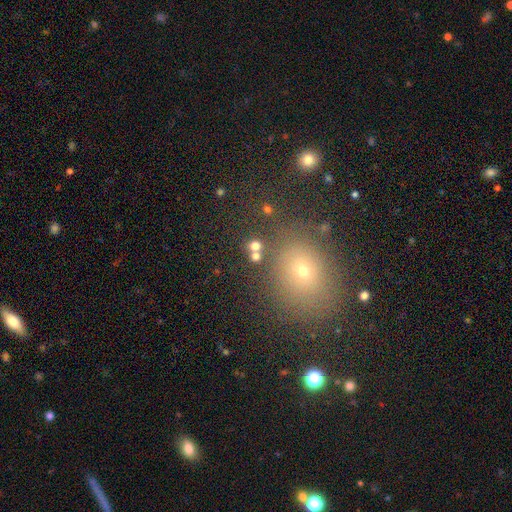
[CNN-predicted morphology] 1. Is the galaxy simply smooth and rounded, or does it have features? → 71% smooth, 20% star or artifact, 9% featured or disk.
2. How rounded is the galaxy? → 83% round, 15% in between, 1% cigar-shaped.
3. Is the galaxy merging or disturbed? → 71% none, 16% merger, 8% minor disturbance, 4% major disturbance.